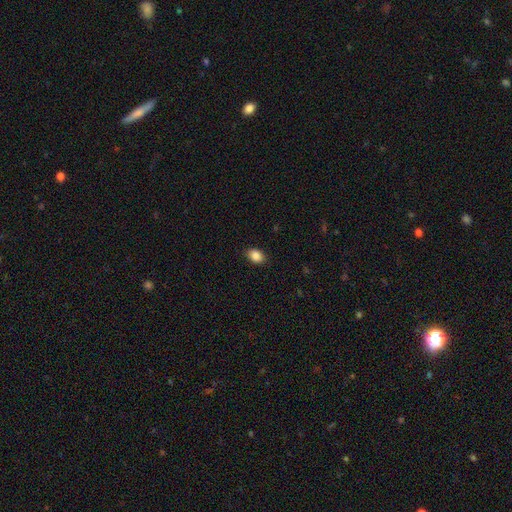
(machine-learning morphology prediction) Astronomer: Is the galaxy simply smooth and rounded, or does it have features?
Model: smooth — 87%.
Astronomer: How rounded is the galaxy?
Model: in between — 79%.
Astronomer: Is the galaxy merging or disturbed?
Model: none — 88%.